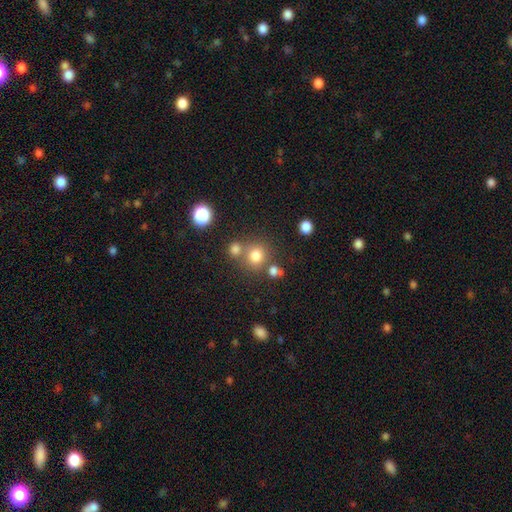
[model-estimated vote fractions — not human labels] Smooth or featured? smooth (76%)
How rounded? round (86%)
Merging? none (65%)